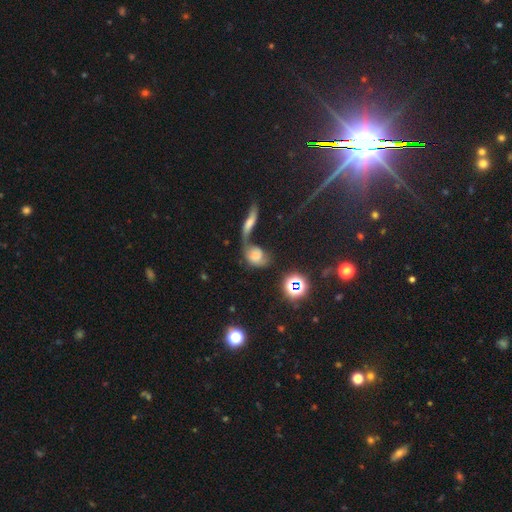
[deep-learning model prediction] smooth_or_featured: smooth (p=0.58) [alt: featured or disk p=0.23]
how_rounded: in between (p=0.53) [alt: round p=0.43]
merging: merger (p=0.52) [alt: none p=0.20]